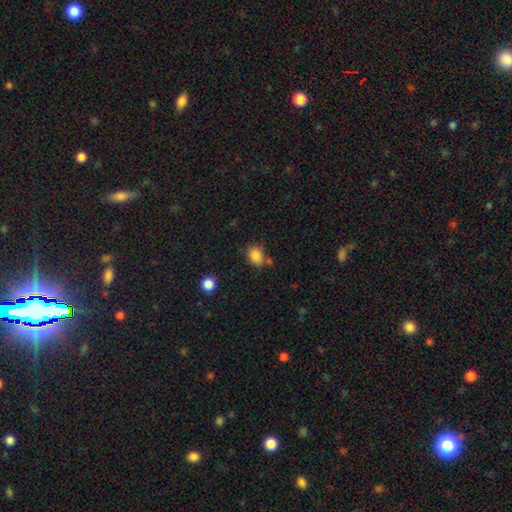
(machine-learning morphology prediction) A smooth galaxy with no disk features (85%) that is in between round and cigar-shaped (52%).

Vote fractions:
- Smooth or featured? smooth: 85% / star or artifact: 10% / featured or disk: 5%
- How rounded? in between: 52% / round: 47% / cigar-shaped: 1%
- Merging? none: 65% / minor disturbance: 18% / merger: 12% / major disturbance: 5%